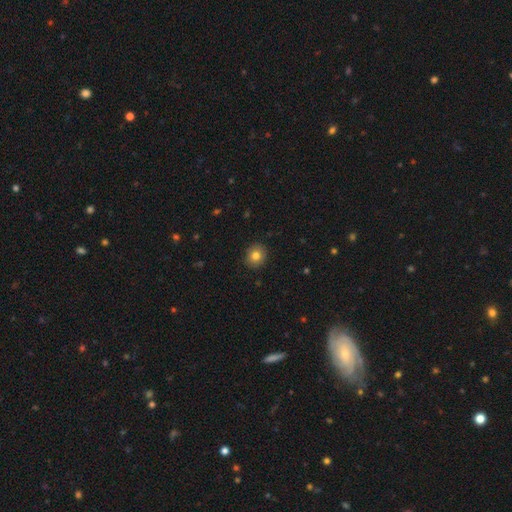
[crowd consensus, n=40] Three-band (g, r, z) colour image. It shows a smooth galaxy with no disk features (70%) that is round (71%). Merging: none (91%).